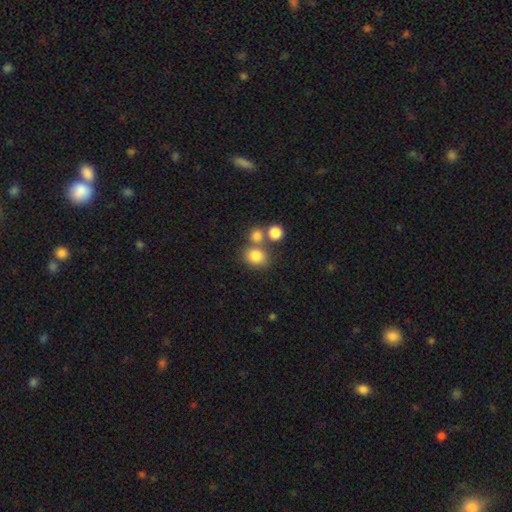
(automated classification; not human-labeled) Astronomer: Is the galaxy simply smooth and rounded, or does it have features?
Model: smooth — 80%.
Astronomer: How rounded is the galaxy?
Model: round — 68%.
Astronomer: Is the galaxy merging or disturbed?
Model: none — 58%.